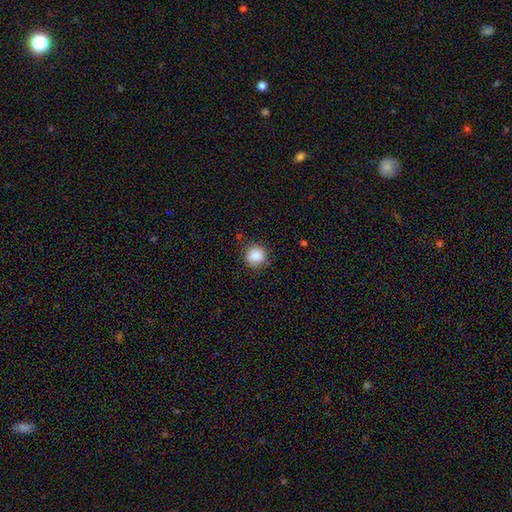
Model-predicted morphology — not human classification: Smooth or featured: smooth — 83% (star or artifact — 10%)
How rounded: round — 93% (in between — 7%)
Merging: none — 86% (minor disturbance — 10%)